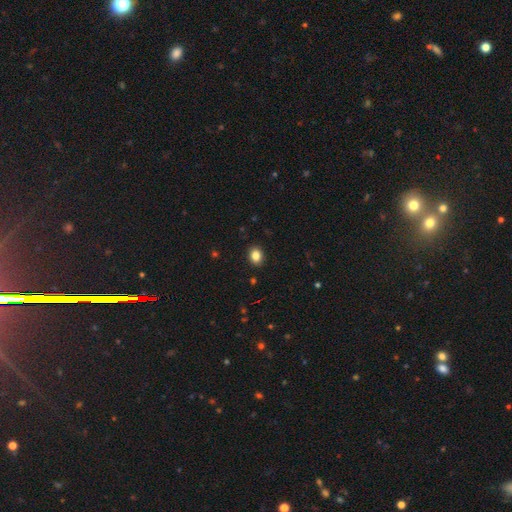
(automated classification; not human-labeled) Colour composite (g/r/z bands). It shows a smooth galaxy with no disk features (85%) that is in between round and cigar-shaped (56%). Merging: none (90%).